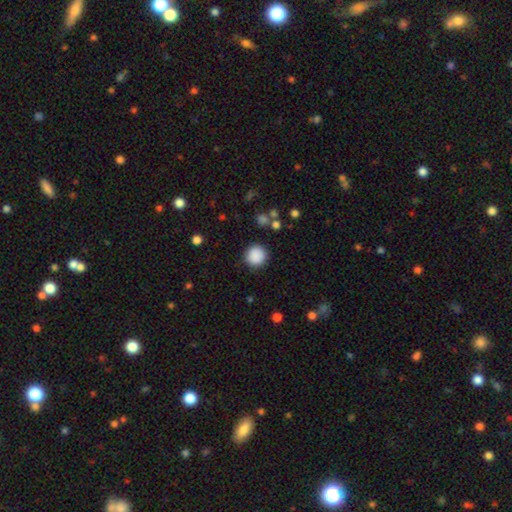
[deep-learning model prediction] smooth_or_featured: smooth (p=0.88) [alt: star or artifact p=0.09]
how_rounded: round (p=0.94) [alt: in between p=0.05]
merging: none (p=0.89) [alt: minor disturbance p=0.07]